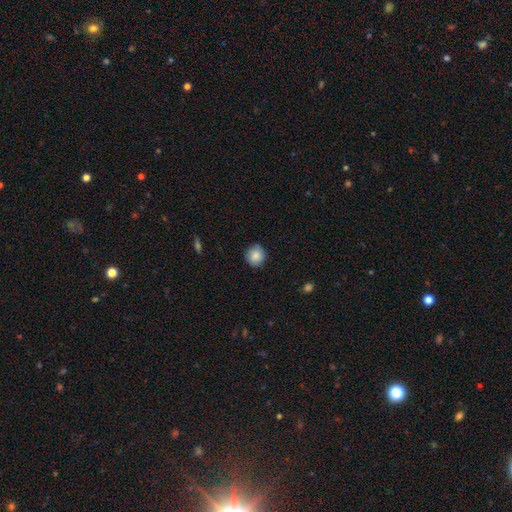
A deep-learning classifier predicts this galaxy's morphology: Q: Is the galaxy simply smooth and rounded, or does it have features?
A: smooth — 86%.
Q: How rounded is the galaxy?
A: round — 91%.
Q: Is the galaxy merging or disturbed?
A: none — 84%.